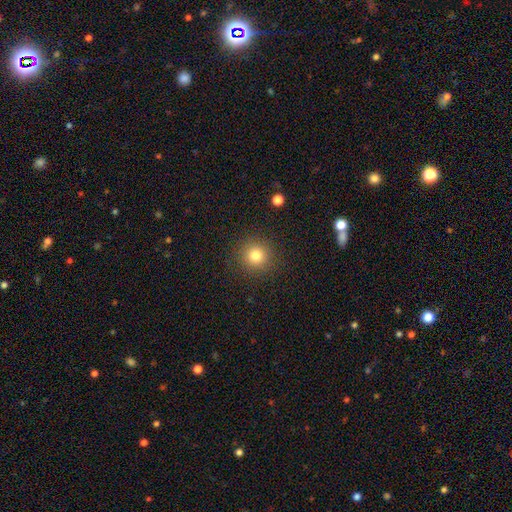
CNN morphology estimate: Smooth or featured? Predicted: smooth (p=0.80). How rounded? Predicted: round (p=0.94). Merging? Predicted: none (p=0.90).